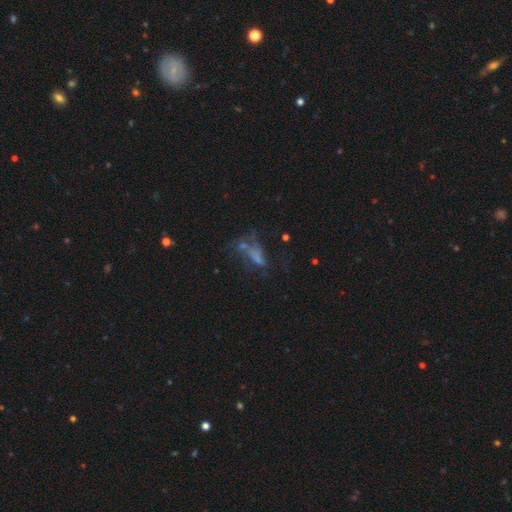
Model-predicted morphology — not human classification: Q: Smooth or featured?
A: featured or disk (36%); runner-up: smooth (35%)
Q: Merging?
A: none (34%); runner-up: major disturbance (33%)